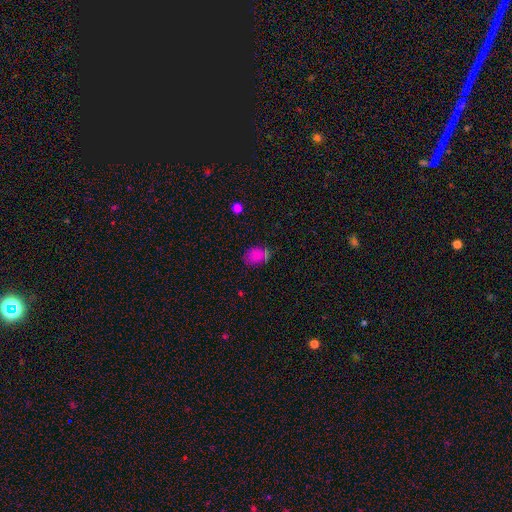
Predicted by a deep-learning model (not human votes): Smooth or featured?
  - smooth: 75% *
  - star or artifact: 16%
  - featured or disk: 9%
How rounded?
  - in between: 72% *
  - round: 27%
  - cigar-shaped: 1%
Merging?
  - none: 64% *
  - minor disturbance: 23%
  - merger: 6%
  - major disturbance: 6%